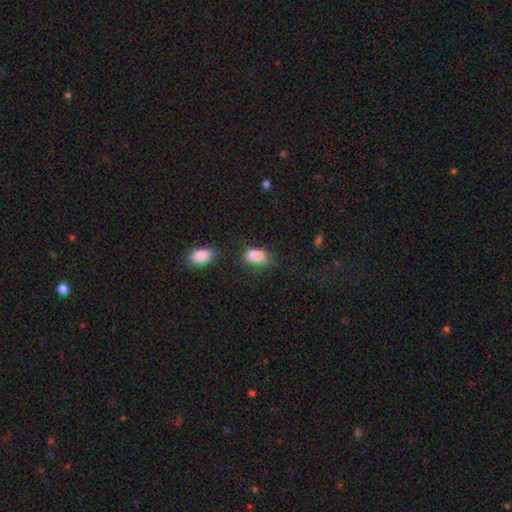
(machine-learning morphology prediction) A smooth galaxy with no disk features (81%) that is in between round and cigar-shaped (87%). Merging: none (42%).